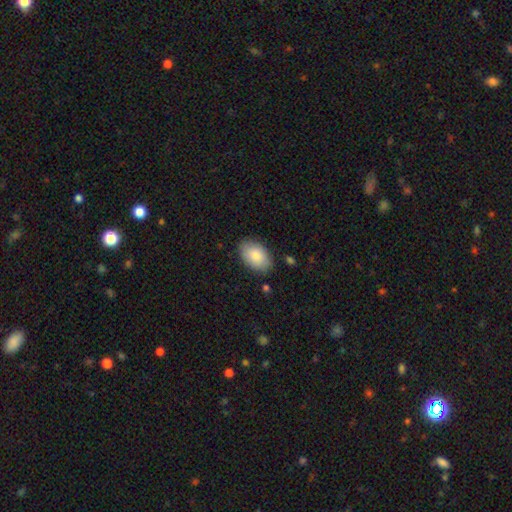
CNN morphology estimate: Smooth or featured?
  - smooth: 85% *
  - featured or disk: 9%
  - star or artifact: 6%
How rounded?
  - in between: 92% *
  - round: 7%
  - cigar-shaped: 1%
Merging?
  - none: 83% *
  - minor disturbance: 12%
  - major disturbance: 3%
  - merger: 2%